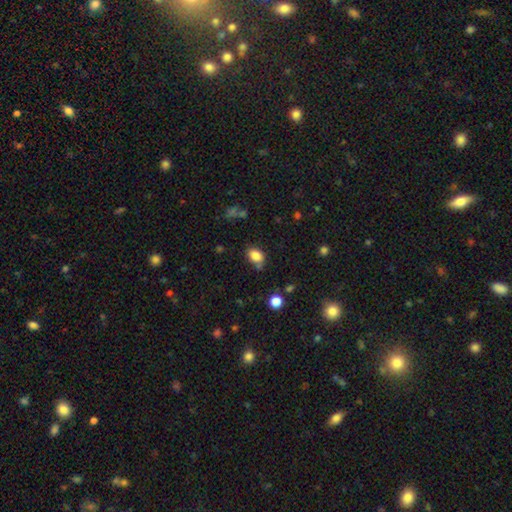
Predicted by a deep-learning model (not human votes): Smooth or featured?
  - smooth: 84% *
  - star or artifact: 10%
  - featured or disk: 6%
How rounded?
  - in between: 75% *
  - round: 23%
  - cigar-shaped: 1%
Merging?
  - none: 65% *
  - minor disturbance: 20%
  - merger: 9%
  - major disturbance: 5%